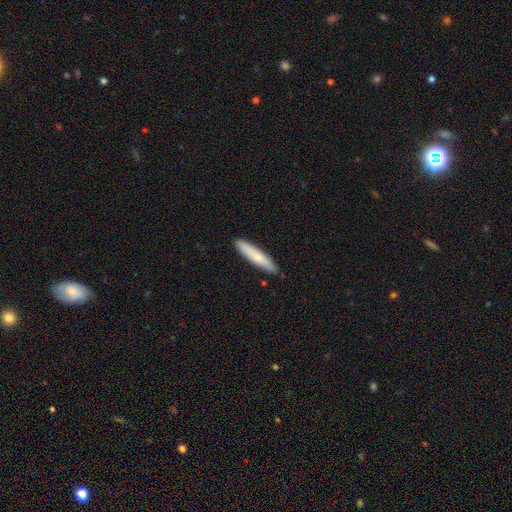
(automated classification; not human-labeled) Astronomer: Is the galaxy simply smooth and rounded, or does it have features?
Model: smooth — 70%.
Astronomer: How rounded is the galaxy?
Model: cigar-shaped — 87%.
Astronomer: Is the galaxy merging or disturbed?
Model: none — 89%.